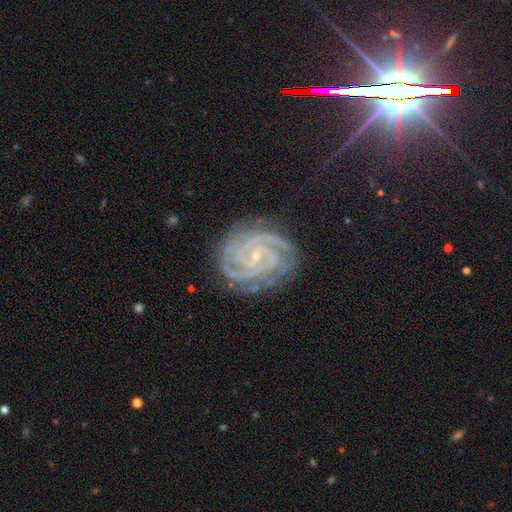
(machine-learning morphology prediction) Smooth or featured? Predicted: featured or disk (p=0.90). Edge-on disk? Predicted: no (p=0.98). Bar? Predicted: no (p=0.57). Spiral arms? Predicted: yes (p=0.99). Spiral winding? Predicted: tight (p=0.83). Spiral arm count? Predicted: 2 (p=0.32). Bulge size? Predicted: small (p=0.86). Merging? Predicted: none (p=0.81).